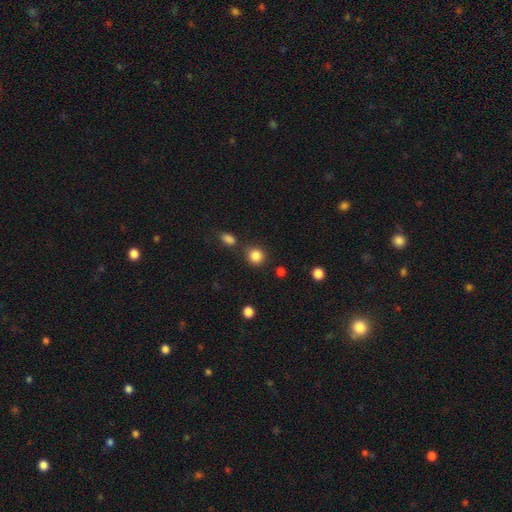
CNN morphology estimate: Smooth or featured: smooth — 85% (star or artifact — 11%)
How rounded: round — 86% (in between — 13%)
Merging: none — 77% (minor disturbance — 10%)